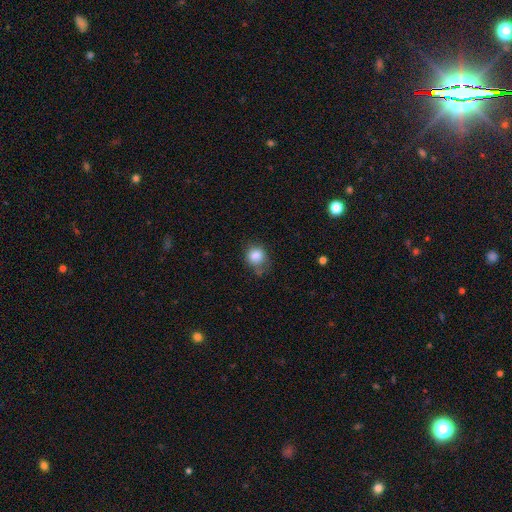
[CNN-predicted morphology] Smooth or featured? Predicted: smooth (p=0.84). How rounded? Predicted: round (p=0.74). Merging? Predicted: none (p=0.57).